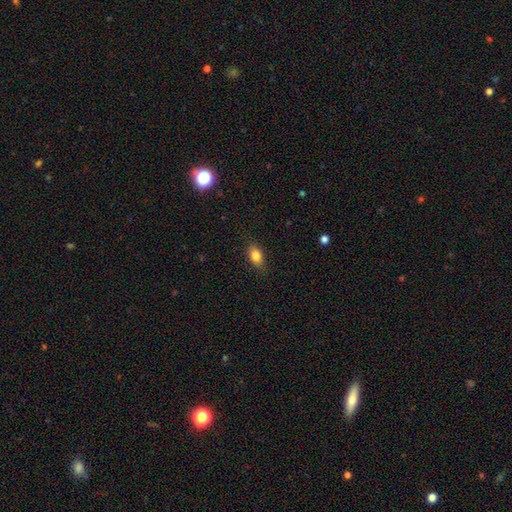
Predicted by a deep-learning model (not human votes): A smooth galaxy with no disk features (83%) that is in between round and cigar-shaped (83%). Merging: none (83%).